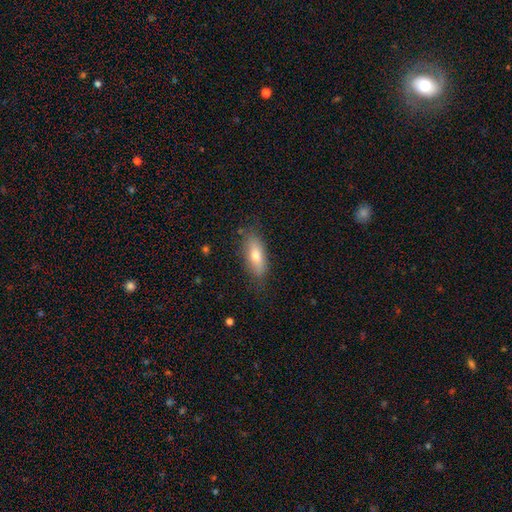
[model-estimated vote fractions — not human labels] Q: Smooth or featured?
A: smooth (68%); runner-up: featured or disk (24%)
Q: How rounded?
A: in between (69%); runner-up: cigar-shaped (27%)
Q: Merging?
A: none (80%); runner-up: minor disturbance (15%)